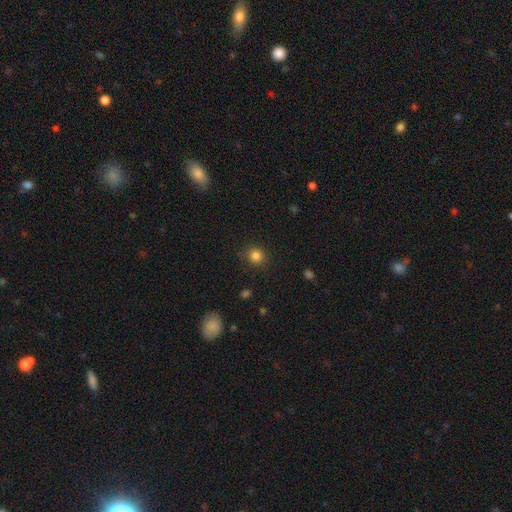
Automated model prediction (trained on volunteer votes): Smooth or featured?
  - smooth: 84% *
  - star or artifact: 12%
  - featured or disk: 4%
How rounded?
  - round: 89% *
  - in between: 10%
  - cigar-shaped: 1%
Merging?
  - none: 85% *
  - minor disturbance: 11%
  - major disturbance: 3%
  - merger: 1%